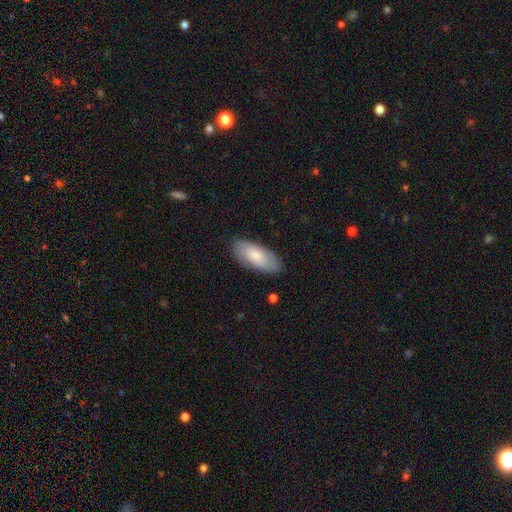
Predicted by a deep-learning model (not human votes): A smooth galaxy with no disk features (68%) that is in between round and cigar-shaped (88%).

Vote fractions:
- Smooth or featured? smooth: 68% / featured or disk: 26% / star or artifact: 6%
- How rounded? in between: 88% / cigar-shaped: 9% / round: 2%
- Merging? none: 83% / minor disturbance: 13% / major disturbance: 3% / merger: 1%